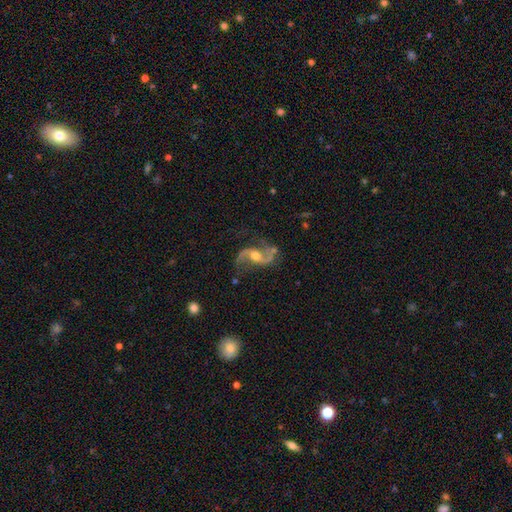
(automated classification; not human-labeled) Smooth or featured: featured or disk — 91% (star or artifact — 5%)
Edge-on disk: no — 97% (yes — 3%)
Bar: no — 47% (weak — 36%)
Spiral arms: yes — 97% (no — 3%)
Spiral winding: loose — 73% (medium — 22%)
Spiral arm count: 2 — 94% (1 — 2%)
Bulge size: moderate — 64% (small — 29%)
Merging: none — 72% (minor disturbance — 16%)